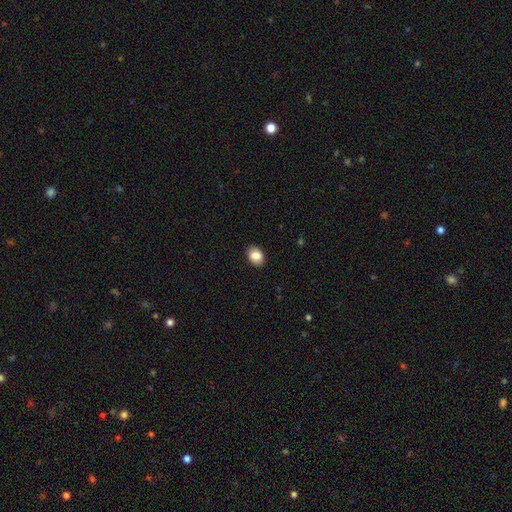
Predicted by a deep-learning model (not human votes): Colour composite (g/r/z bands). It shows a smooth galaxy with no disk features (85%) that is in between round and cigar-shaped (76%). Merging: none (88%).